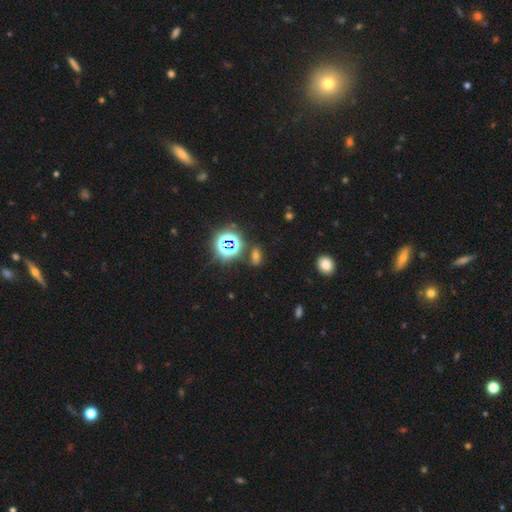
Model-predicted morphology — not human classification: A smooth galaxy with no disk features (46%).

Vote fractions:
- Smooth or featured? smooth: 46% / star or artifact: 43% / featured or disk: 11%
- Merging? none: 77% / minor disturbance: 12% / merger: 6% / major disturbance: 5%